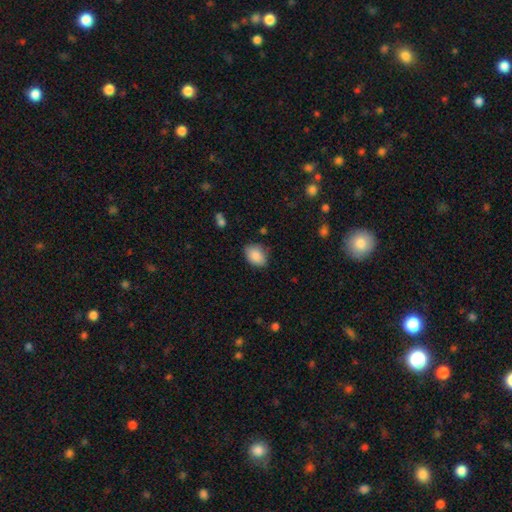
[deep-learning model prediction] Morphology: type=smooth (87%); roundness=in between (78%); merging=none (76%).